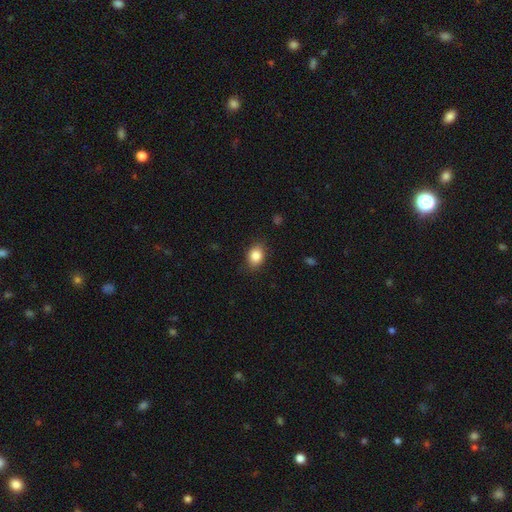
Overall: smooth (89%). How rounded: in between (67%; round 33%). Merging: none (65%; minor disturbance 35%).